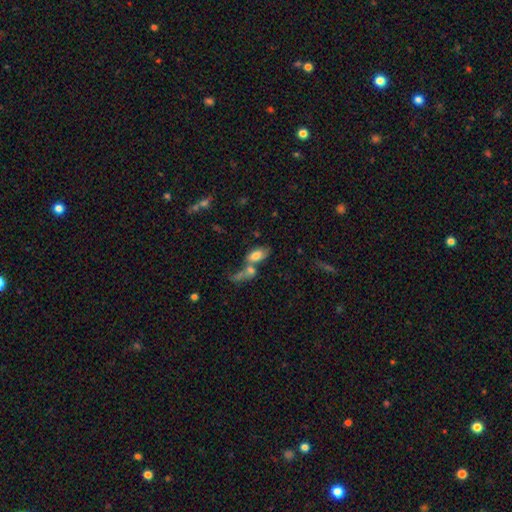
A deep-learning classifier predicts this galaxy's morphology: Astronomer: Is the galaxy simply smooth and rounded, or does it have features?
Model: smooth — 73%.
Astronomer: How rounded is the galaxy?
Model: in between — 89%.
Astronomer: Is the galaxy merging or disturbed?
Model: merger — 54%.